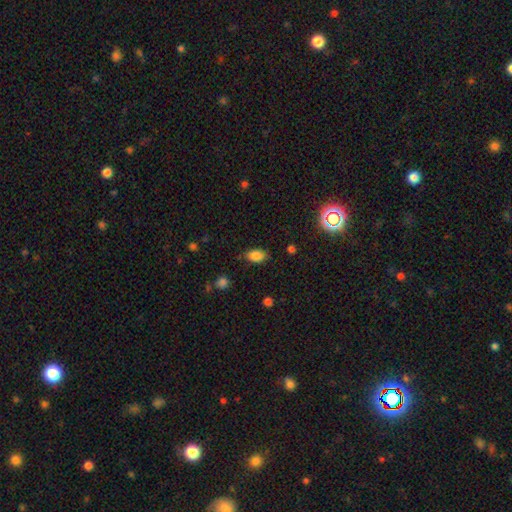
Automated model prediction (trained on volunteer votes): smooth-or-featured: smooth: 85% | star or artifact: 10% | featured or disk: 5%
  how-rounded: in between: 89% | round: 9% | cigar-shaped: 2%
  merging: none: 81% | minor disturbance: 14% | major disturbance: 3% | merger: 1%